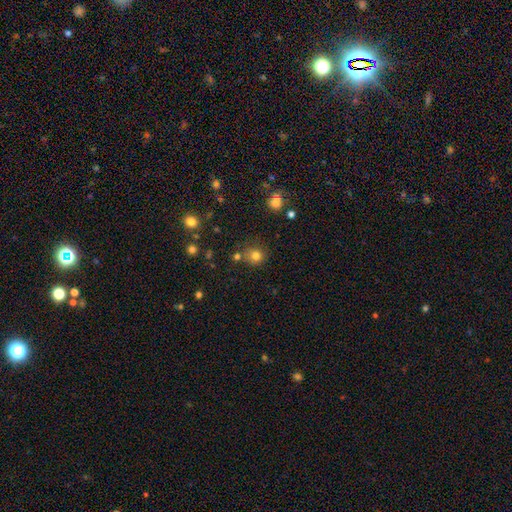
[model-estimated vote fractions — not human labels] A smooth galaxy with no disk features (78%) that is round (86%). Merging: none (74%).